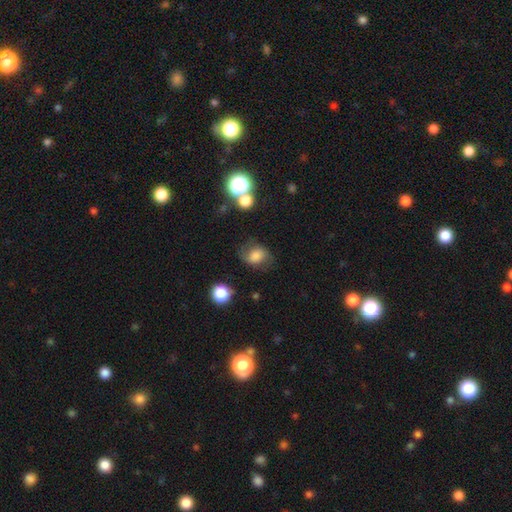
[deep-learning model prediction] The model was most divided on "how rounded": round: 51%, in between: 47%, cigar-shaped: 1%. More confident: merging — none (63%); smooth or featured — smooth (57%).